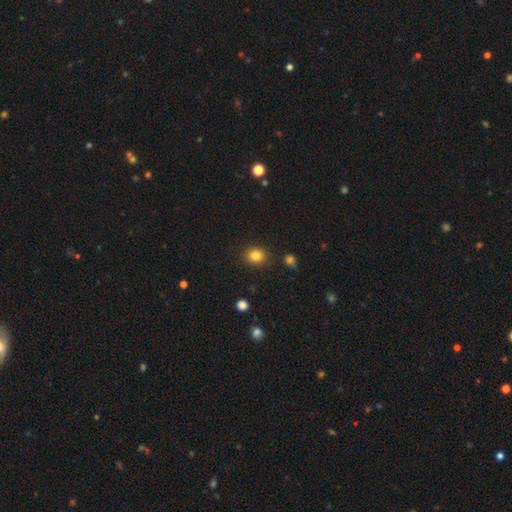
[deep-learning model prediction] smooth-or-featured: smooth: 83% | star or artifact: 11% | featured or disk: 6%
  how-rounded: round: 71% | in between: 28% | cigar-shaped: 1%
  merging: none: 87% | minor disturbance: 8% | major disturbance: 2% | merger: 2%